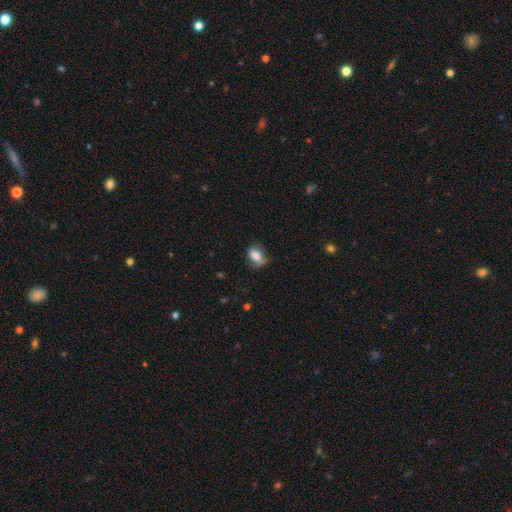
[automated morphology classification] This appears to be a smooth galaxy with no disk features (79%) that is in between round and cigar-shaped (79%). Merging: none (58%).